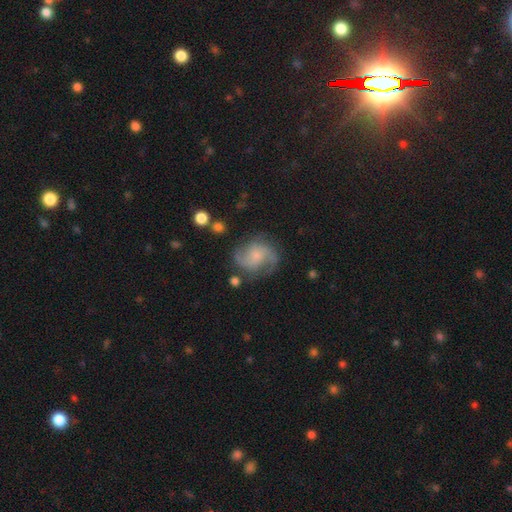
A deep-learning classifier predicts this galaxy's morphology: smooth_or_featured: featured or disk (p=0.80) [alt: smooth p=0.14]
disk_edge_on: no (p=0.98) [alt: yes p=0.02]
bar: no (p=0.63) [alt: weak p=0.31]
has_spiral_arms: yes (p=0.96) [alt: no p=0.04]
spiral_winding: medium (p=0.51) [alt: loose p=0.31]
spiral_arm_count: 2 (p=0.69) [alt: 3 p=0.15]
bulge_size: small (p=0.62) [alt: moderate p=0.23]
merging: none (p=0.71) [alt: minor disturbance p=0.18]